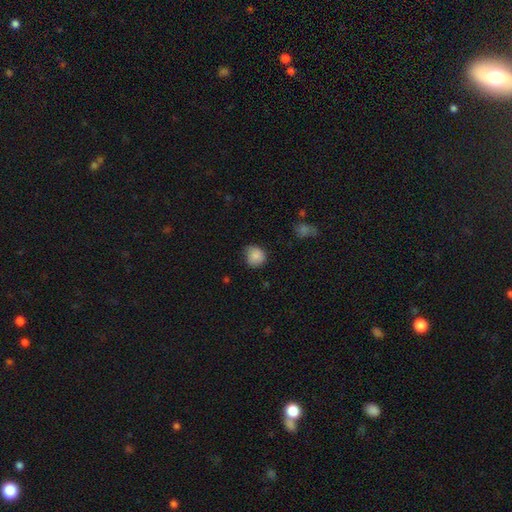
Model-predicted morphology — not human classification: This is clearly a smooth galaxy (86%). How rounded: clearly round (83%). Merging: likely none (65%).